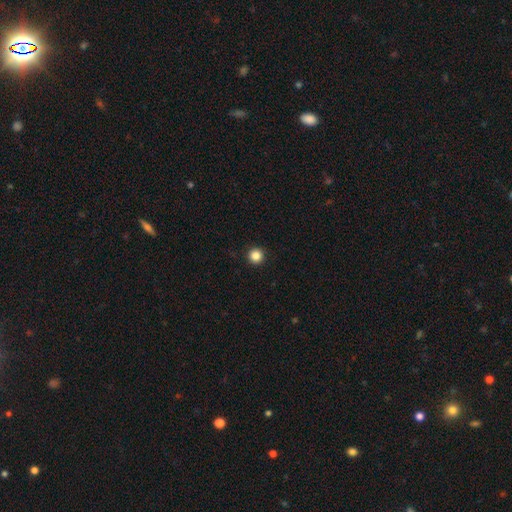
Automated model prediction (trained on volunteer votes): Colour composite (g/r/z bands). It shows a smooth galaxy with no disk features (85%) that is round (96%). Merging: none (94%).